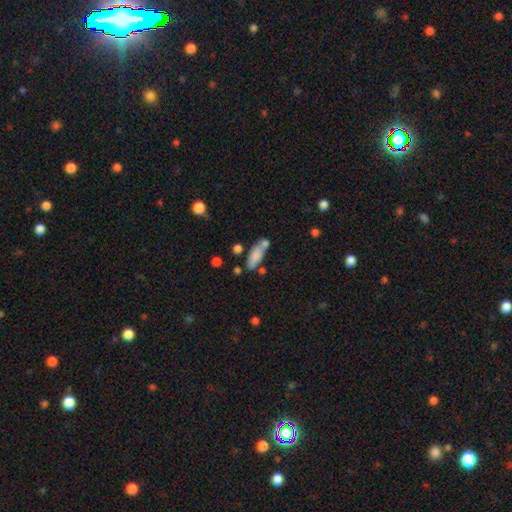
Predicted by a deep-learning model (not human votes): A smooth galaxy with no disk features (79%) that is in between round and cigar-shaped (61%).

Vote fractions:
- Smooth or featured? smooth: 79% / featured or disk: 13% / star or artifact: 8%
- How rounded? in between: 61% / cigar-shaped: 37% / round: 3%
- Merging? none: 49% / merger: 26% / minor disturbance: 18% / major disturbance: 6%